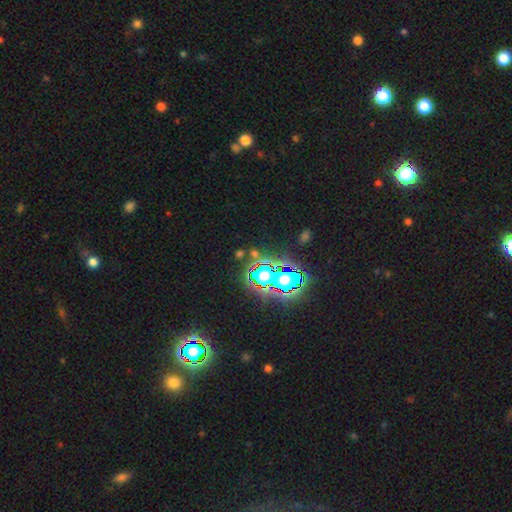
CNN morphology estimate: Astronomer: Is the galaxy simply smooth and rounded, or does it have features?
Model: star or artifact — 68%.